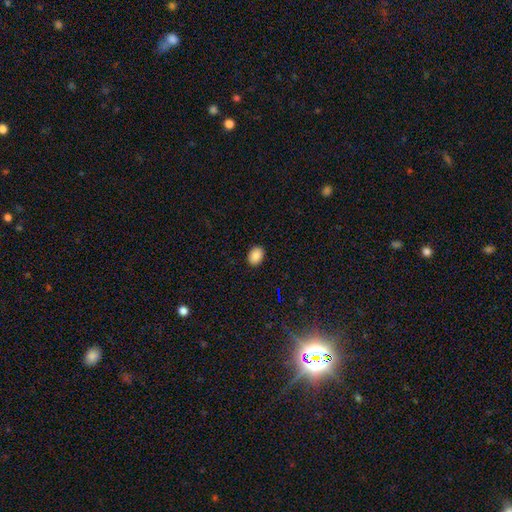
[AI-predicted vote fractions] The model was most divided on "how rounded": in between: 74%, round: 25%, cigar-shaped: 1%. More confident: merging — none (90%); smooth or featured — smooth (88%).